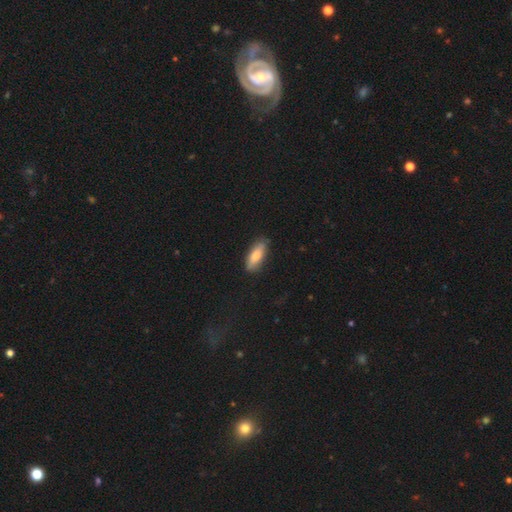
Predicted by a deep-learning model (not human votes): Smooth or featured: smooth — 78% (featured or disk — 16%)
How rounded: in between — 66% (cigar-shaped — 31%)
Merging: none — 81% (minor disturbance — 15%)